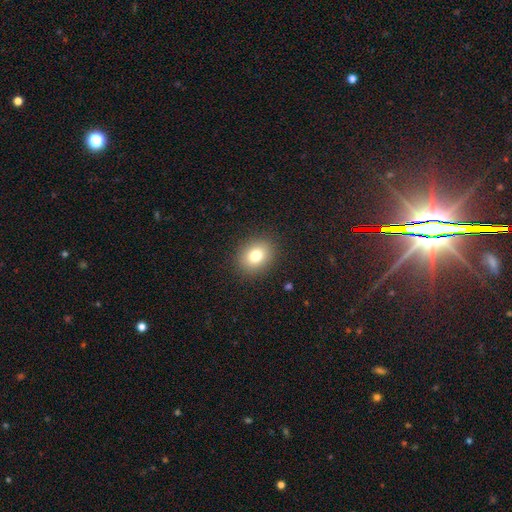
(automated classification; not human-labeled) Smooth or featured: smooth — 79% (star or artifact — 12%)
How rounded: round — 58% (in between — 42%)
Merging: none — 89% (minor disturbance — 7%)